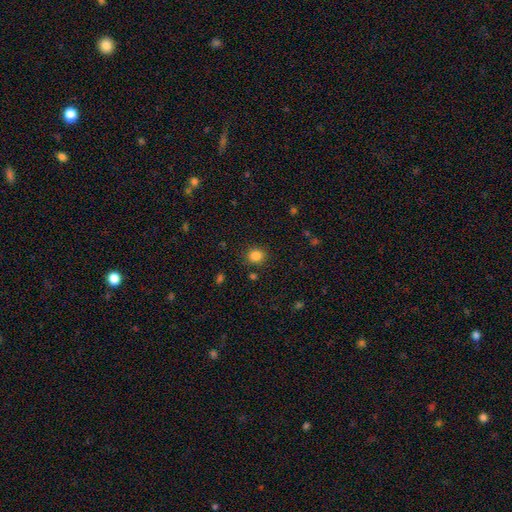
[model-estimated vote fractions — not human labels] Q: Smooth or featured?
A: smooth (84%); runner-up: star or artifact (12%)
Q: How rounded?
A: round (85%); runner-up: in between (14%)
Q: Merging?
A: none (87%); runner-up: minor disturbance (8%)